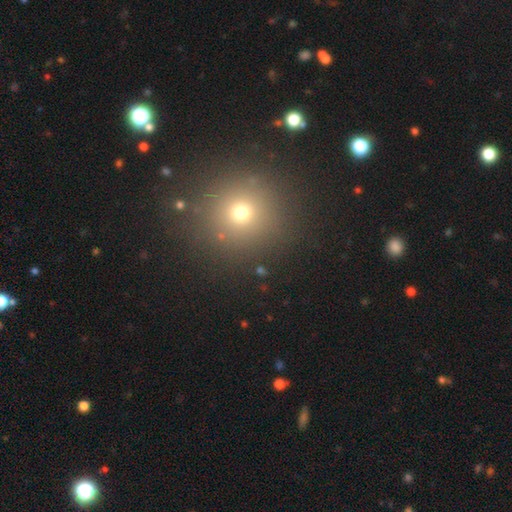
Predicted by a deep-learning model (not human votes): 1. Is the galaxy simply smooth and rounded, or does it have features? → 59% smooth, 33% star or artifact, 8% featured or disk.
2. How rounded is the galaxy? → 94% round, 5% in between, 1% cigar-shaped.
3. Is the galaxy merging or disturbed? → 90% none, 6% minor disturbance, 3% major disturbance, 2% merger.